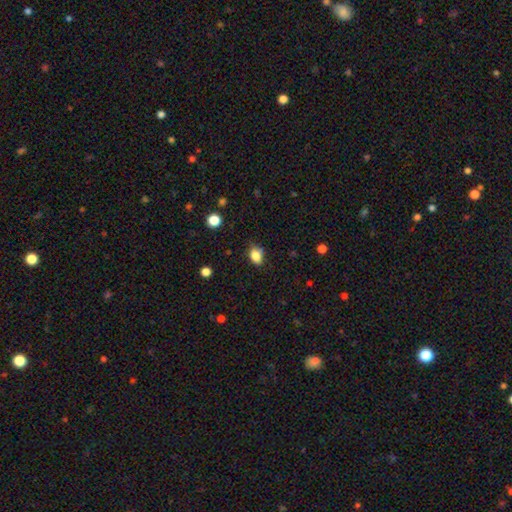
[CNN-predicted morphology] Overall: smooth (83%). How rounded: in between (71%). Merging: none (72%).